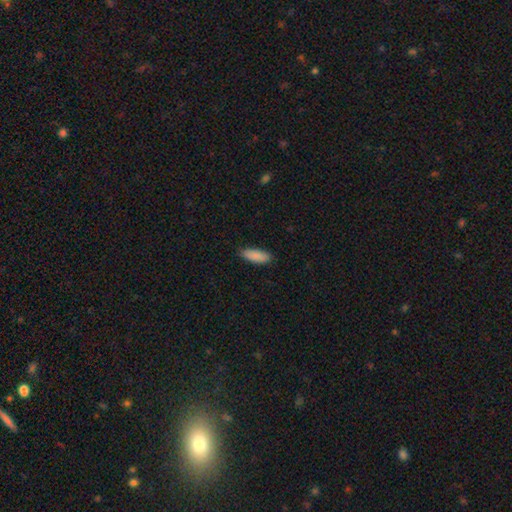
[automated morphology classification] smooth 89%, star or artifact 6%, featured or disk 5%. Down the decision tree: how rounded — in between (69%); merging — none (87%).